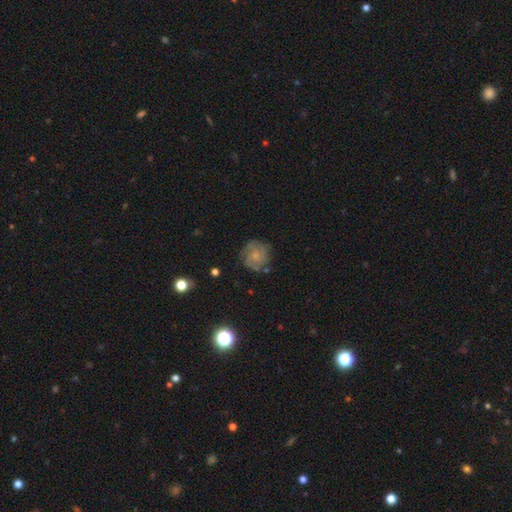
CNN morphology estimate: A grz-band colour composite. It shows a featured or disk galaxy (53%) with no bar (80%), spiral arms (82%) and a small central bulge (64%). Merging: none (74%).